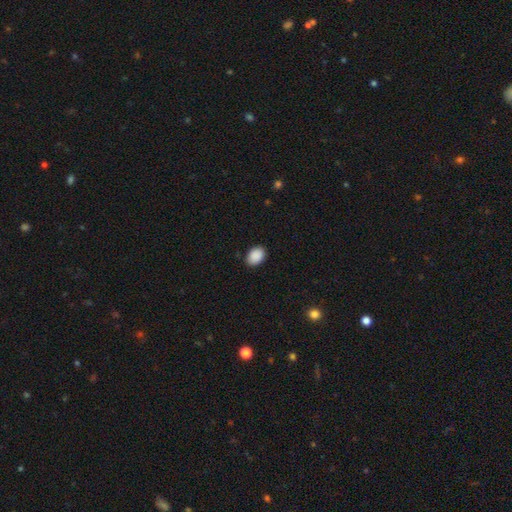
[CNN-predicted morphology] Overall: smooth (90%). How rounded: in between (77%). Merging: none (86%).